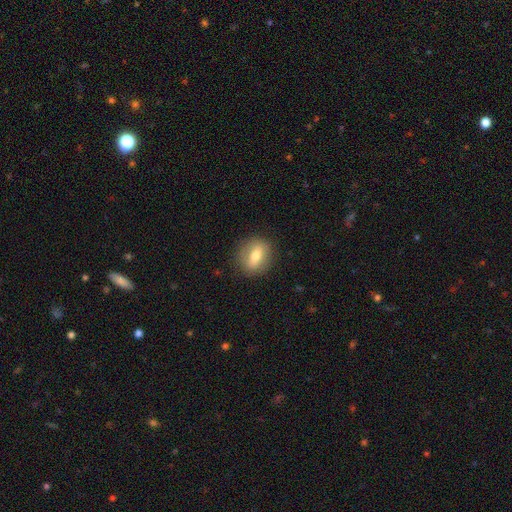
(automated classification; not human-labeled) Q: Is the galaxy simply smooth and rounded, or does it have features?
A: smooth — 60%.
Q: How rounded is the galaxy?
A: round — 53%.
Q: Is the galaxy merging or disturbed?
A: none — 87%.